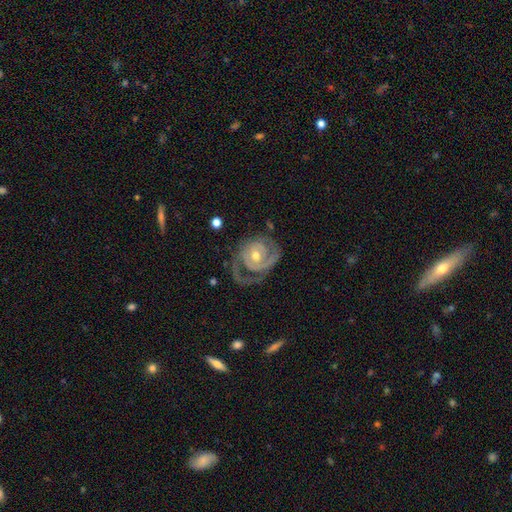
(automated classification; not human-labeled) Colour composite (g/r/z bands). It shows a featured or disk galaxy (86%) with no bar (68%), 2 (53%) tight (59%) spiral arms (93%) and a moderate central bulge (63%). Merging: none (54%).